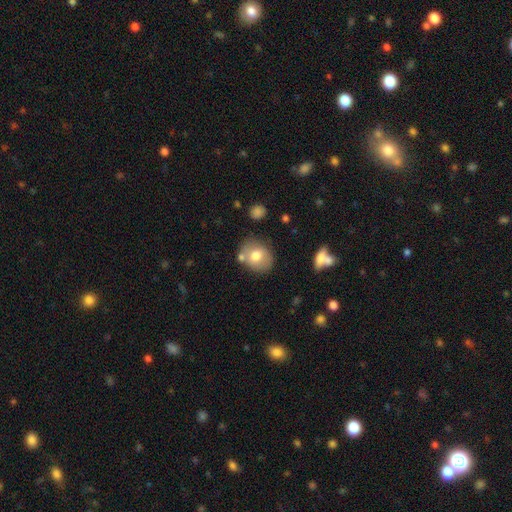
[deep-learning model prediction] Morphology: type=smooth (70%); roundness=round (60%); merging=none (68%).